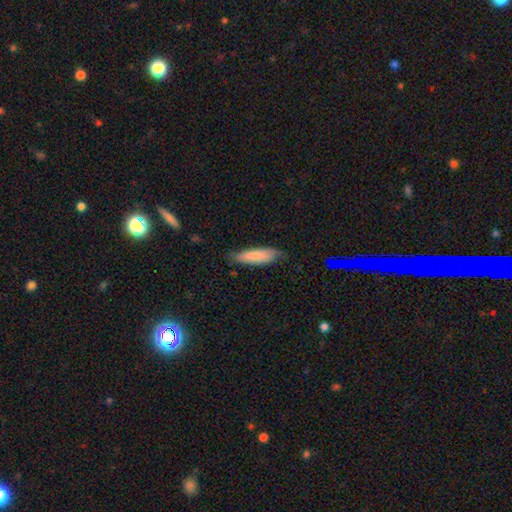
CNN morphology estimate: The model was most divided on "how rounded": cigar-shaped: 60%, in between: 38%, round: 2%. More confident: smooth or featured — smooth (81%); merging — none (76%).